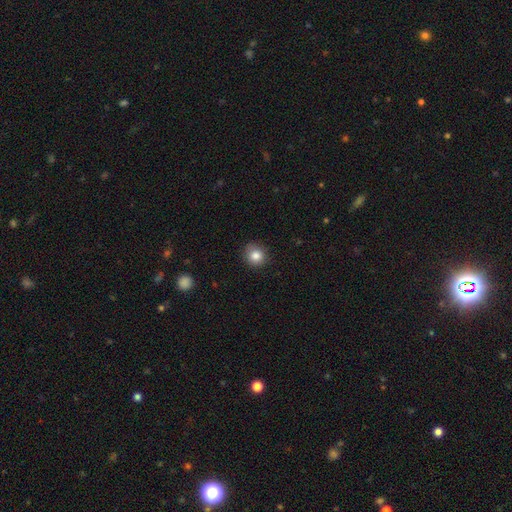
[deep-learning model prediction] Smooth or featured?
  - smooth: 84% *
  - star or artifact: 10%
  - featured or disk: 6%
How rounded?
  - round: 87% *
  - in between: 12%
  - cigar-shaped: 1%
Merging?
  - none: 84% *
  - minor disturbance: 13%
  - major disturbance: 2%
  - merger: 1%